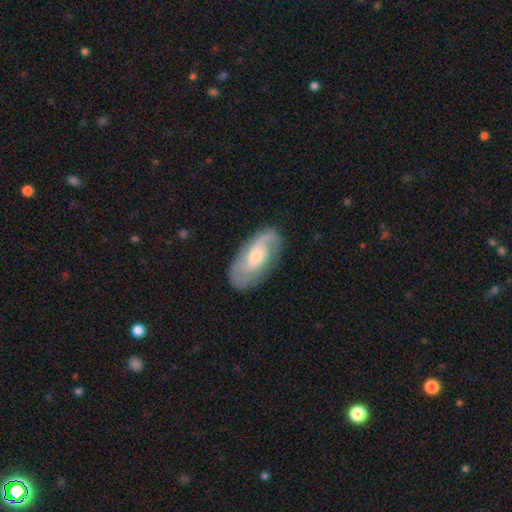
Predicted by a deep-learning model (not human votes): A featured or disk galaxy (79%) with no bar (55%), 2 (77%) medium (46%) spiral arms (94%) and a moderate central bulge (51%).

Vote fractions:
- Smooth or featured? featured or disk: 79% / smooth: 16% / star or artifact: 5%
- Edge-on disk? no: 95% / yes: 5%
- Bar? no: 55% / weak: 37% / strong: 8%
- Spiral arms? yes: 94% / no: 6%
- Spiral winding? medium: 46% / tight: 31% / loose: 22%
- Spiral arm count? 2: 77% / can't tell: 10% / 1: 6% / 3: 4% / 4: 1% / more than 4: 1%
- Bulge size? moderate: 51% / small: 35% / large: 9% / none: 4% / dominant: 1%
- Merging? none: 79% / minor disturbance: 15% / major disturbance: 5% / merger: 1%